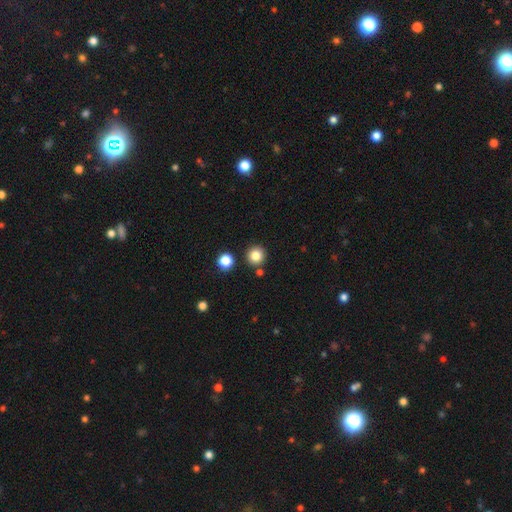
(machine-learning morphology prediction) This is clearly a smooth galaxy (83%). How rounded: clearly round (94%). Merging: clearly none (86%).